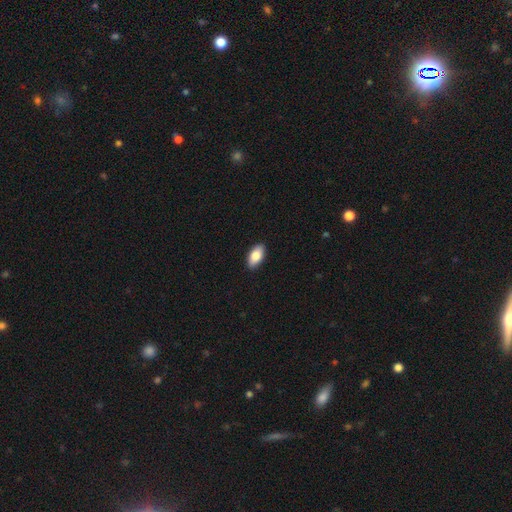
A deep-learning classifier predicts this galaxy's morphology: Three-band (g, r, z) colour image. It shows a smooth galaxy with no disk features (82%) that is in between round and cigar-shaped (91%). Merging: none (90%).